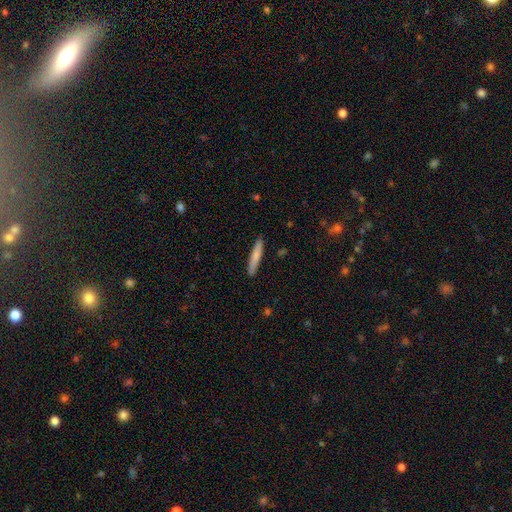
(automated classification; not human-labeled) The model was most divided on "smooth or featured": smooth: 75%, featured or disk: 19%, star or artifact: 5%. More confident: how rounded — cigar-shaped (93%); merging — none (89%).